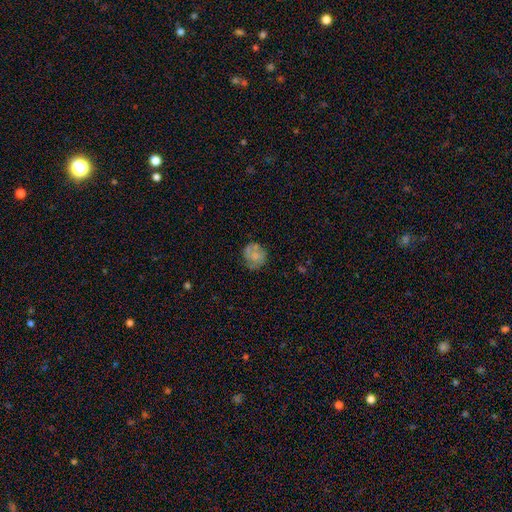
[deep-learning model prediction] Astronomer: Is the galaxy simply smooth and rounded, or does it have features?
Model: smooth — 60%.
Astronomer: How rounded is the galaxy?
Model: round — 83%.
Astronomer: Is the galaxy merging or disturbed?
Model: none — 64%.